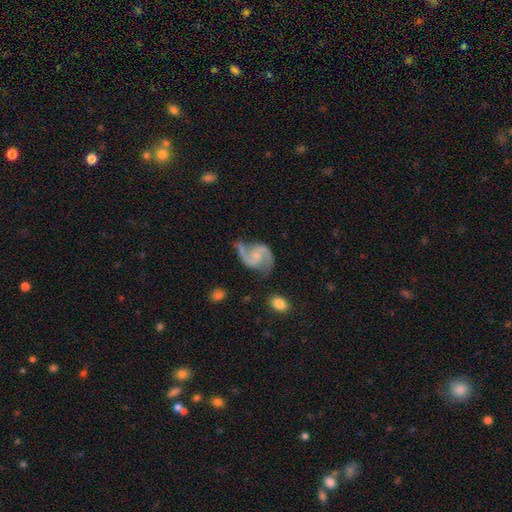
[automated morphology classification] This appears to be a featured or disk galaxy (91%) with no bar (57%), 2 (93%) medium (54%) spiral arms (98%) and a small central bulge (62%). Merging: none (69%).